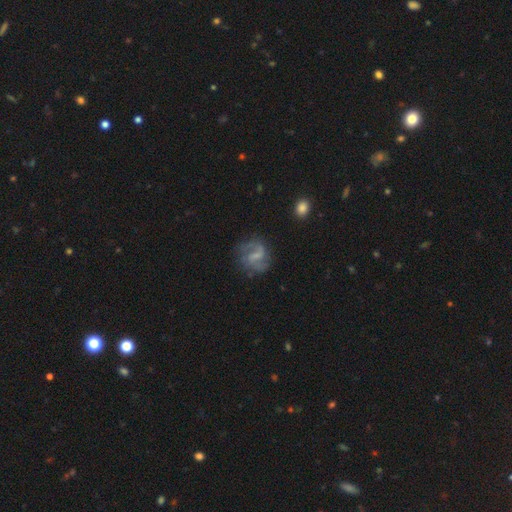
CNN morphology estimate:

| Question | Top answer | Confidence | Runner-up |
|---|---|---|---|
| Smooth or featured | featured or disk | 73% | smooth (20%) |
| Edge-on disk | no | 98% | yes (2%) |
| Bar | weak | 54% | no (25%) |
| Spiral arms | yes | 89% | no (11%) |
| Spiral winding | medium | 44% | loose (42%) |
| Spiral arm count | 2 | 79% | can't tell (9%) |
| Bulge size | small | 42% | none (36%) |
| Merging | none | 66% | minor disturbance (19%) |